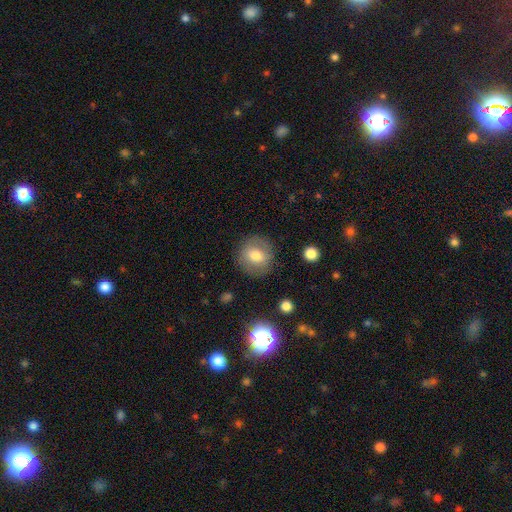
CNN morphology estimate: Smooth or featured?
  - smooth: 71% *
  - featured or disk: 20%
  - star or artifact: 9%
How rounded?
  - round: 87% *
  - in between: 12%
  - cigar-shaped: 1%
Merging?
  - none: 84% *
  - minor disturbance: 10%
  - major disturbance: 4%
  - merger: 1%